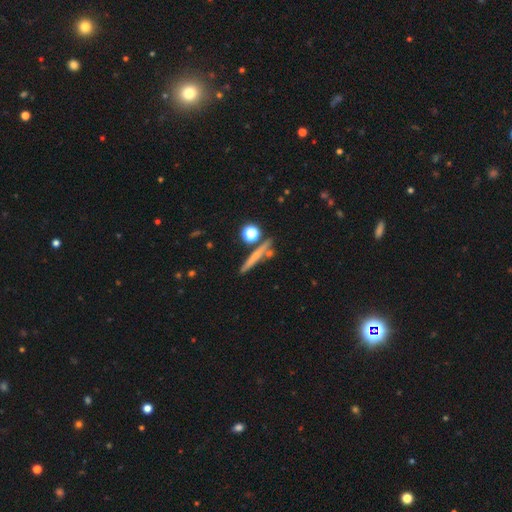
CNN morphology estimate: This appears to be a smooth galaxy with no disk features (47%). Merging: none (78%).